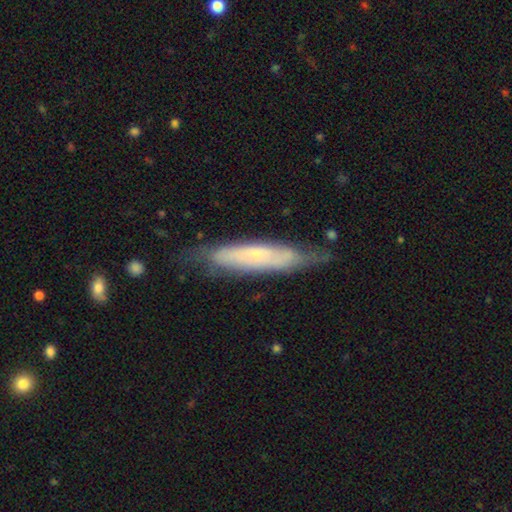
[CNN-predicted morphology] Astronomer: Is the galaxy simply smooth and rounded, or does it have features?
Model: featured or disk — 57% (runner-up: smooth, 37%).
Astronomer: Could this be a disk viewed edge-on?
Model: yes — 50%, tied with no at 50%.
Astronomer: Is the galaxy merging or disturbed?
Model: none — 67%.